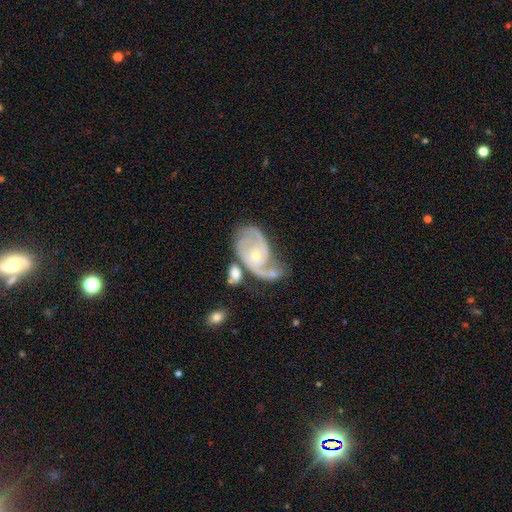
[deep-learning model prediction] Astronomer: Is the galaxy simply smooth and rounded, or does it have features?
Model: featured or disk — 87%.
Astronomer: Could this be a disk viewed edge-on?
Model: no — 97%.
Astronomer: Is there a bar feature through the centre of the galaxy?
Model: no — 68%.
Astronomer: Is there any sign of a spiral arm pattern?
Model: yes — 96%.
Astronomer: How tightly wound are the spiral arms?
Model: medium — 45% (runner-up: tight, 39%).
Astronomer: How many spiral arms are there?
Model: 2 — 60%.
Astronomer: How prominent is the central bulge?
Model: small — 59% (runner-up: moderate, 37%).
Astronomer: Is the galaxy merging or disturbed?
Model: none — 35% (runner-up: minor disturbance, 22%).